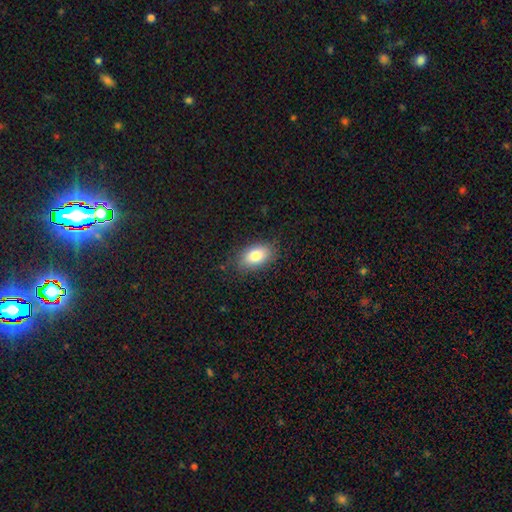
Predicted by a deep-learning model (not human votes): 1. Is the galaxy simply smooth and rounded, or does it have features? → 81% smooth, 11% featured or disk, 8% star or artifact.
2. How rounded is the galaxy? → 90% in between, 7% round, 3% cigar-shaped.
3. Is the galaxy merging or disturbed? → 83% none, 13% minor disturbance, 4% major disturbance, 1% merger.